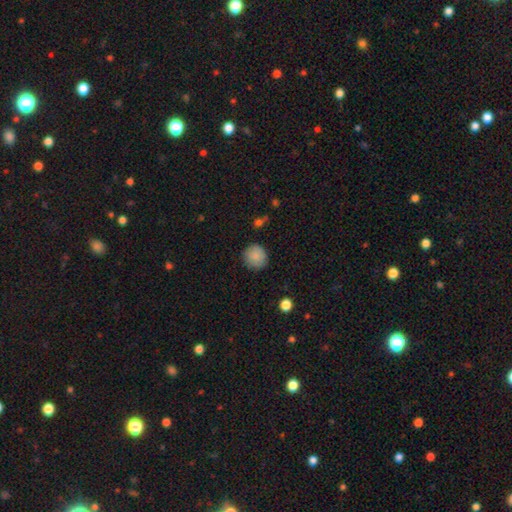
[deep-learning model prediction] Overall: smooth (85%). How rounded: round (92%). Merging: none (86%).